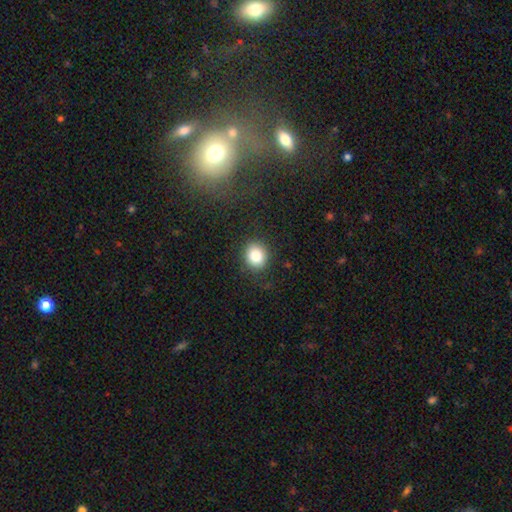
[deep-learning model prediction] Smooth or featured? smooth (82%)
How rounded? round (80%)
Merging? none (87%)